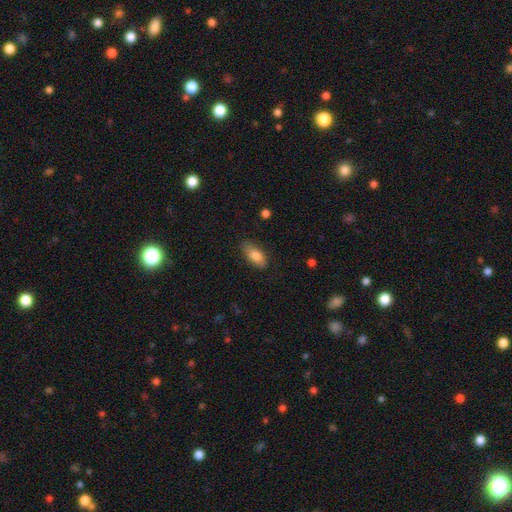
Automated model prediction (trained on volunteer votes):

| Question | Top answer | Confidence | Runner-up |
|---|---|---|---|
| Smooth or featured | smooth | 83% | featured or disk (10%) |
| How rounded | in between | 88% | cigar-shaped (9%) |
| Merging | none | 78% | minor disturbance (17%) |